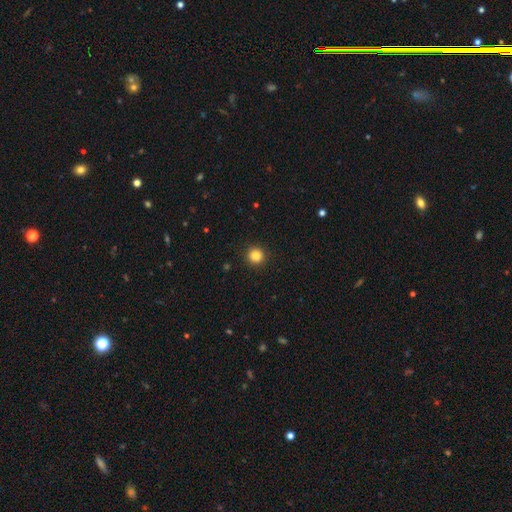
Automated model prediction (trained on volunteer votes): A smooth galaxy with no disk features (84%) that is round (94%).

Vote fractions:
- Smooth or featured? smooth: 84% / star or artifact: 12% / featured or disk: 4%
- How rounded? round: 94% / in between: 5% / cigar-shaped: 1%
- Merging? none: 93% / minor disturbance: 5% / major disturbance: 2% / merger: 1%